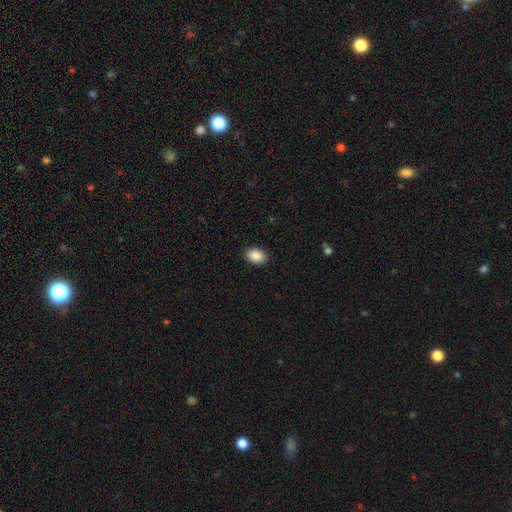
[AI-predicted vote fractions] Smooth or featured? Predicted: smooth (p=0.90). How rounded? Predicted: in between (p=0.83). Merging? Predicted: none (p=0.90).